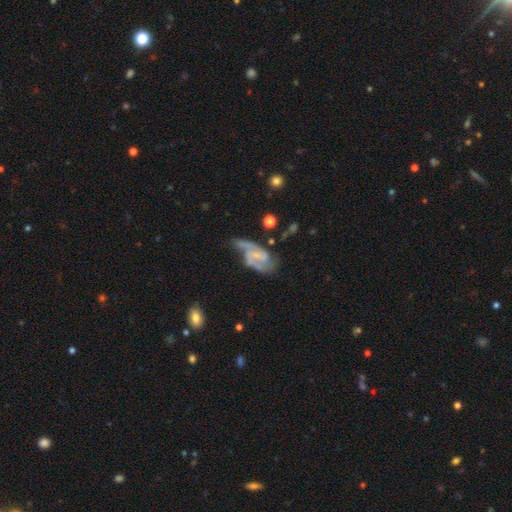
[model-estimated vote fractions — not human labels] Smooth or featured: featured or disk — 80% (smooth — 13%)
Edge-on disk: no — 96% (yes — 4%)
Bar: weak — 44% (no — 36%)
Spiral arms: yes — 91% (no — 9%)
Spiral winding: medium — 48% (loose — 30%)
Spiral arm count: 2 — 77% (can't tell — 9%)
Bulge size: small — 53% (none — 30%)
Merging: none — 40% (minor disturbance — 28%)